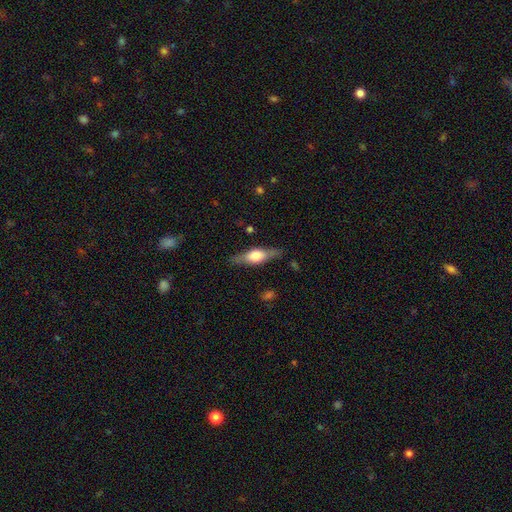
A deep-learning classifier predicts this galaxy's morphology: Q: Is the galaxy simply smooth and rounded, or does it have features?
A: featured or disk — 58%.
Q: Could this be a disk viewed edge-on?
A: yes — 92%.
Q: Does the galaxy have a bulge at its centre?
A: rounded — 89%.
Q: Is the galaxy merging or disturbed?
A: none — 83%.